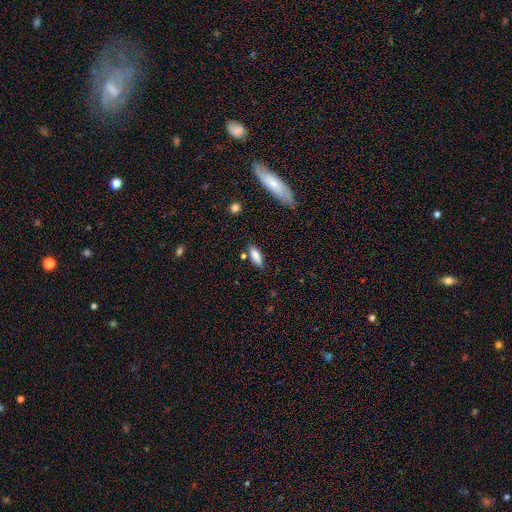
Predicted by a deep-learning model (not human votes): smooth-or-featured: smooth: 76% | featured or disk: 16% | star or artifact: 8%
  how-rounded: in between: 65% | cigar-shaped: 33% | round: 2%
  merging: none: 77% | minor disturbance: 15% | merger: 5% | major disturbance: 3%